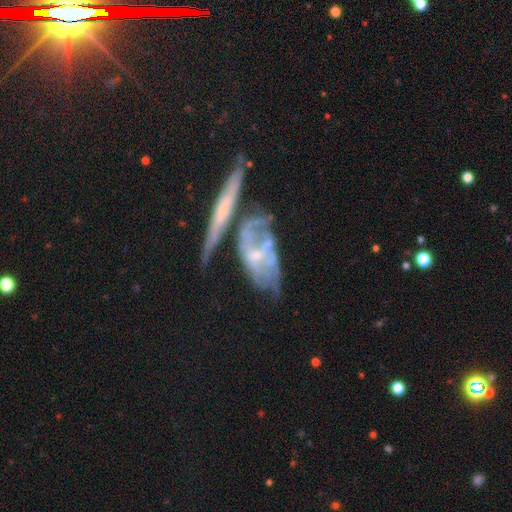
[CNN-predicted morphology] type=featured or disk (72%); edge-on=no (82%); bar=no (58%); spiral arms=yes (60%); bulge=small (61%); merging=none (33%).